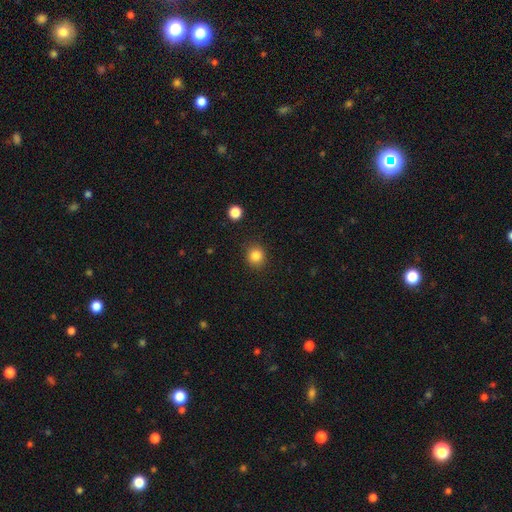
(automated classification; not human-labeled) The model was most divided on "smooth or featured": smooth: 85%, star or artifact: 11%, featured or disk: 4%. More confident: merging — none (89%); how rounded — round (88%).